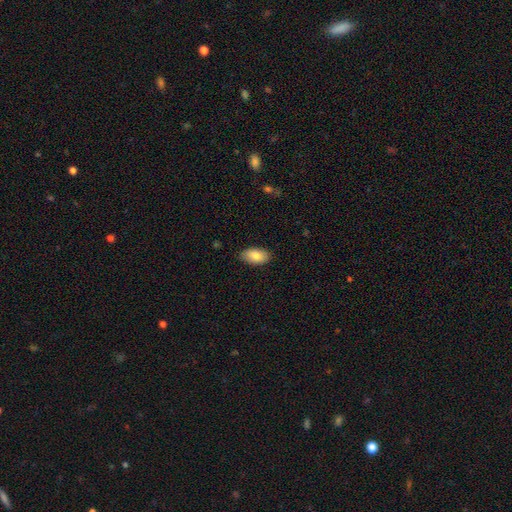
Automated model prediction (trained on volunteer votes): The model was most divided on "merging": none: 85%, minor disturbance: 12%, major disturbance: 2%, merger: 1%. More confident: how rounded — in between (94%); smooth or featured — smooth (83%).